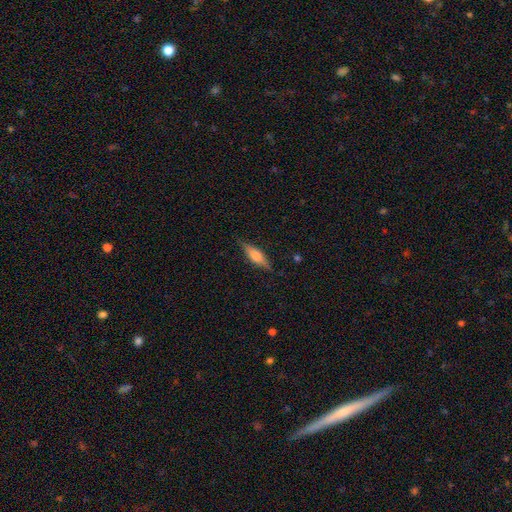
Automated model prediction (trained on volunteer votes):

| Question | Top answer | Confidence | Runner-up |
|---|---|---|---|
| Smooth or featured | smooth | 53% | featured or disk (40%) |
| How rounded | in between | 49% | cigar-shaped (48%) |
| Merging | none | 82% | minor disturbance (13%) |